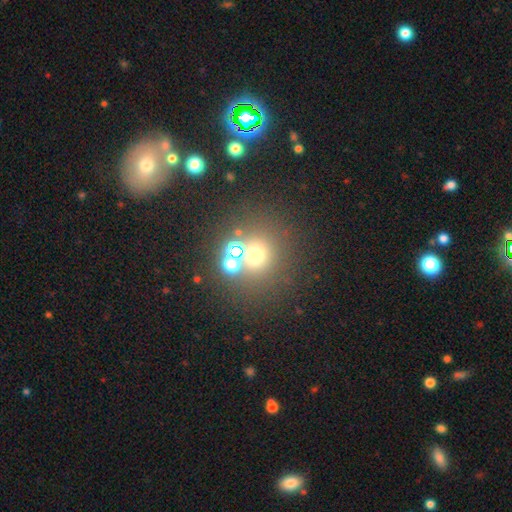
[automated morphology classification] A smooth galaxy with no disk features (58%) that is round (88%). Merging: none (65%).